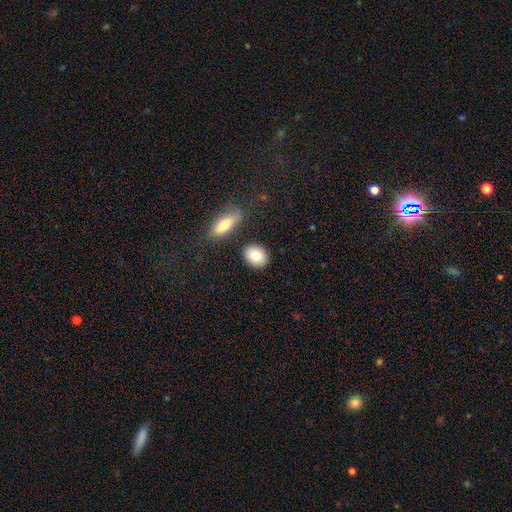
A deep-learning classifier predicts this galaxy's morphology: Smooth or featured?
  - smooth: 81% *
  - featured or disk: 12%
  - star or artifact: 8%
How rounded?
  - round: 51% *
  - in between: 47%
  - cigar-shaped: 2%
Merging?
  - none: 83% *
  - minor disturbance: 9%
  - merger: 6%
  - major disturbance: 2%